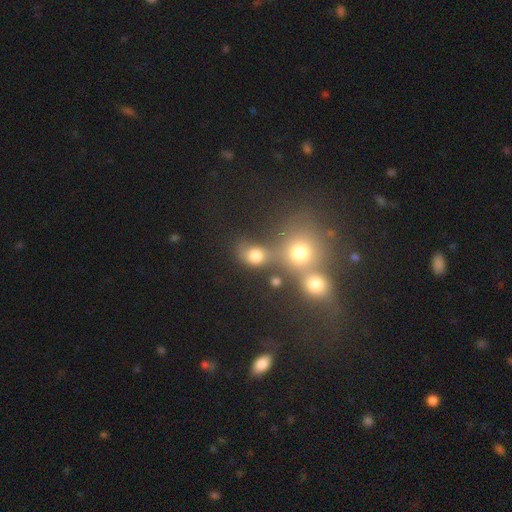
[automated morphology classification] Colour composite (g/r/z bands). It shows a smooth galaxy with no disk features (73%) that is round (63%). Merging: merger (42%).